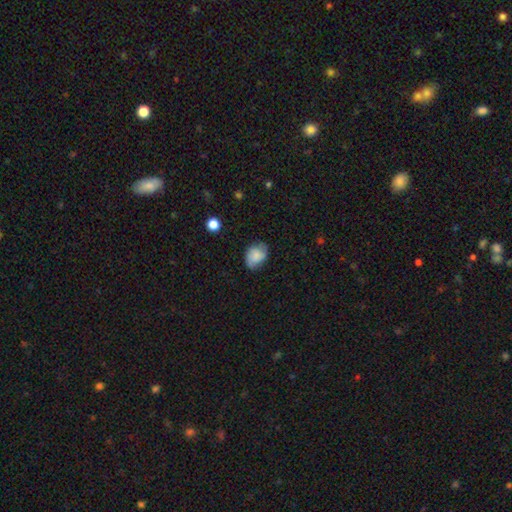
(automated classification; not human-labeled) Overall: smooth (66%). How rounded: in between (66%; round 33%). Merging: none (64%; minor disturbance 27%).